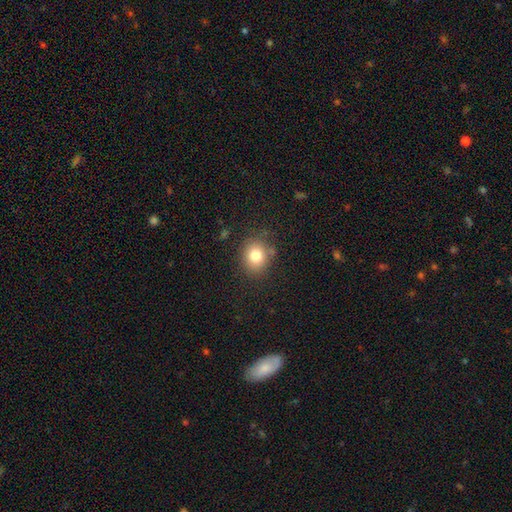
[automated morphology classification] Smooth or featured? smooth (78%)
How rounded? round (72%)
Merging? none (82%)